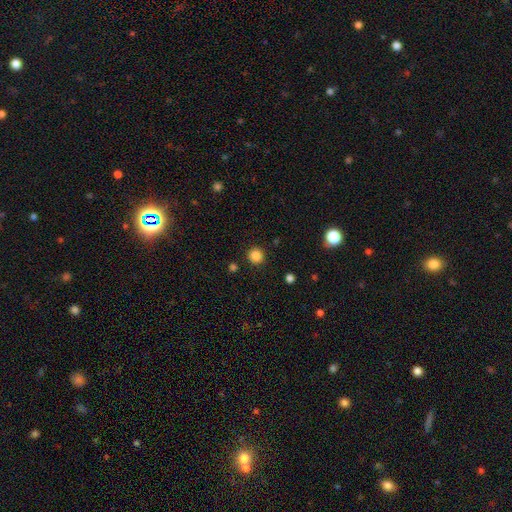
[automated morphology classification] A smooth galaxy with no disk features (85%) that is round (94%). Merging: none (91%).